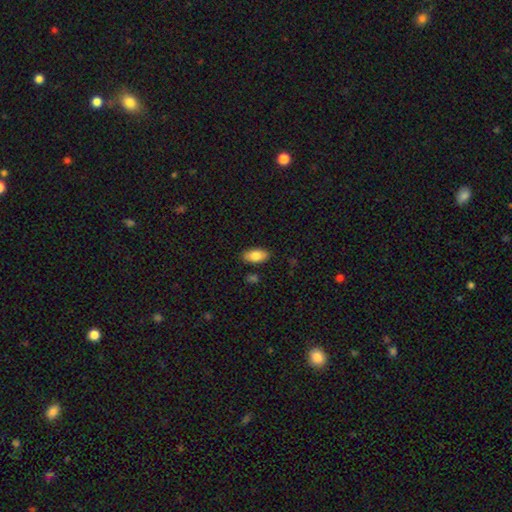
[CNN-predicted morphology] smooth 82%, featured or disk 11%, star or artifact 7%. Down the decision tree: how rounded — in between (92%); merging — none (85%).